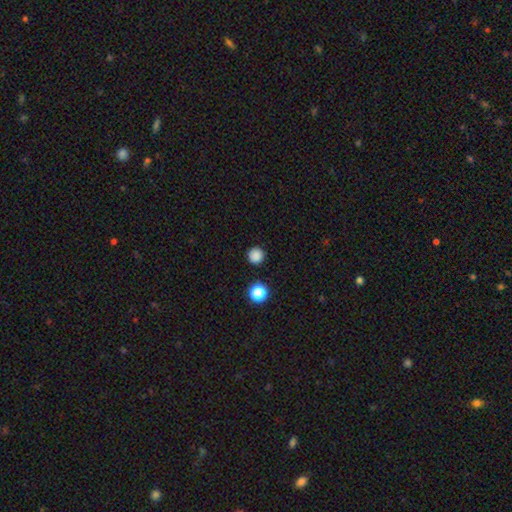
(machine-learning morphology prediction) Overall: smooth (84%). How rounded: round (96%). Merging: none (91%).